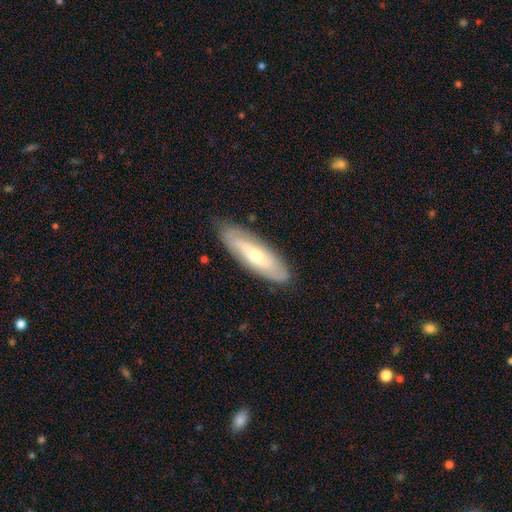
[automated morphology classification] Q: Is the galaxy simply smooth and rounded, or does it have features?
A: featured or disk — 54%.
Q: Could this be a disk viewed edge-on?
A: no — 58%.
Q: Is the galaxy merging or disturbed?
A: none — 85%.